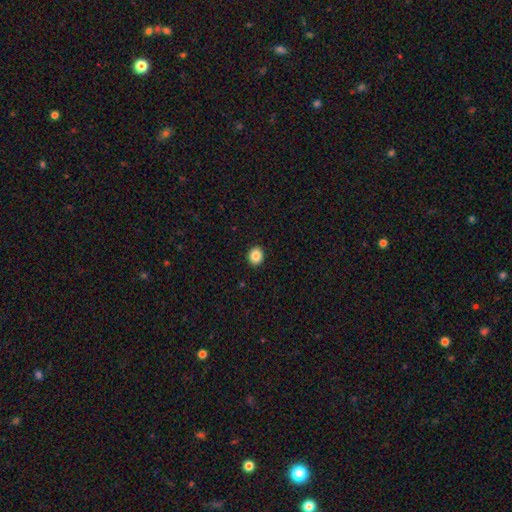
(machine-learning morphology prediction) Q: Smooth or featured?
A: smooth (85%); runner-up: star or artifact (9%)
Q: How rounded?
A: round (63%); runner-up: in between (37%)
Q: Merging?
A: none (92%); runner-up: minor disturbance (6%)